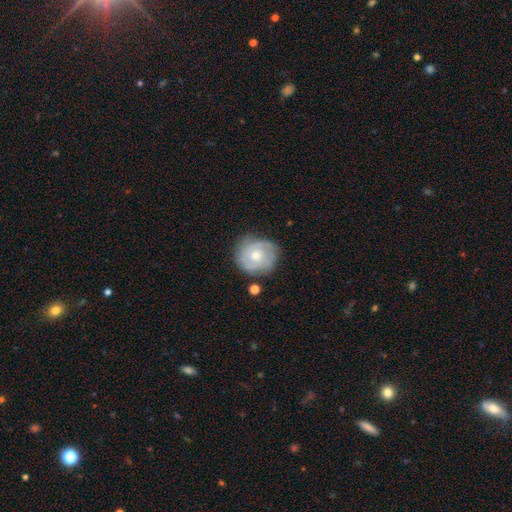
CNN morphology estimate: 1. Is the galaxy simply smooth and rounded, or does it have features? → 69% featured or disk, 24% smooth, 6% star or artifact.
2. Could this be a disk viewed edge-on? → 98% no, 2% yes.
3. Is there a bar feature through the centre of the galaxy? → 77% no, 20% weak, 3% strong.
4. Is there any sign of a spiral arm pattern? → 88% yes, 12% no.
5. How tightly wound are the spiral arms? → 60% tight, 31% medium, 9% loose.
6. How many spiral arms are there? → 30% can't tell, 27% 3, 26% 2, 8% 4, 5% 1, 4% more than 4.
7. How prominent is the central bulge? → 57% moderate, 39% small, 2% large, 1% none, 1% dominant.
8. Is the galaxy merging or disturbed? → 74% none, 18% minor disturbance, 5% major disturbance, 2% merger.